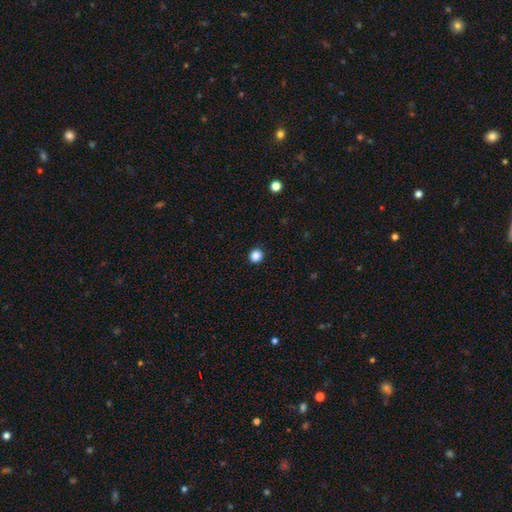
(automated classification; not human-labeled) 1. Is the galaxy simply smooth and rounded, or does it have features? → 86% smooth, 11% star or artifact, 3% featured or disk.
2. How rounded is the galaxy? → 93% round, 7% in between, 1% cigar-shaped.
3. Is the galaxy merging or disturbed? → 93% none, 4% minor disturbance, 2% major disturbance, 1% merger.